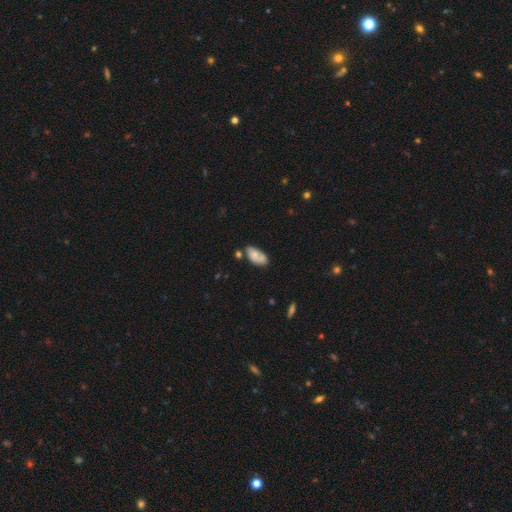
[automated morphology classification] smooth 72%, featured or disk 20%, star or artifact 8%. Down the decision tree: how rounded — in between (92%); merging — none (50%).